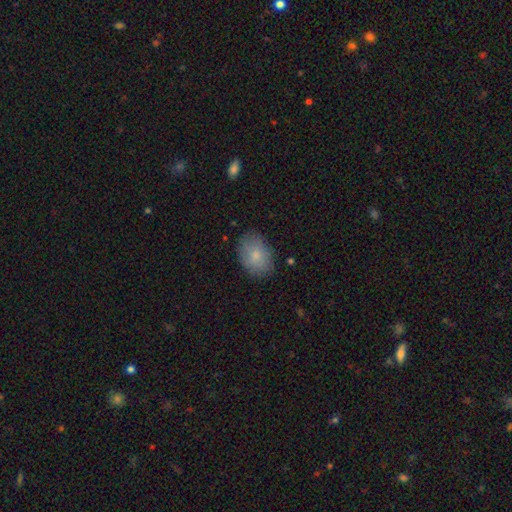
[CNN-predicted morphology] Smooth or featured: smooth — 80% (featured or disk — 13%)
How rounded: in between — 80% (round — 19%)
Merging: none — 81% (minor disturbance — 14%)